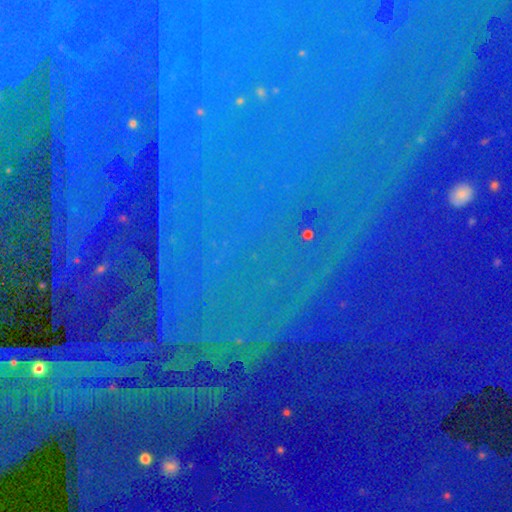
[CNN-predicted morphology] Smooth or featured?
  - star or artifact: 87% *
  - featured or disk: 7%
  - smooth: 7%